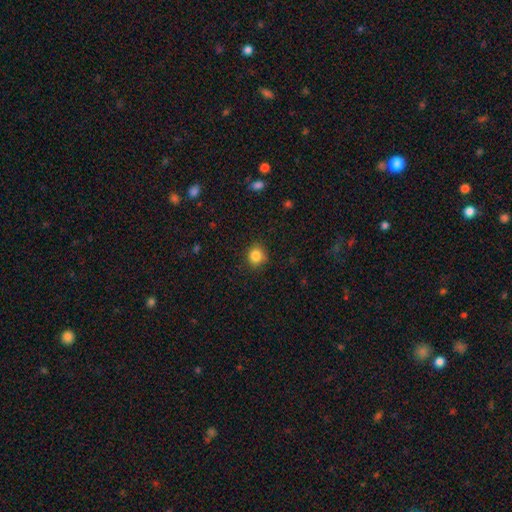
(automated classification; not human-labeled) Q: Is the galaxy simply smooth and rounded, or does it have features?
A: smooth — 85%.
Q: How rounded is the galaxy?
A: round — 87%.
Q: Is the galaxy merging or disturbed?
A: none — 87%.